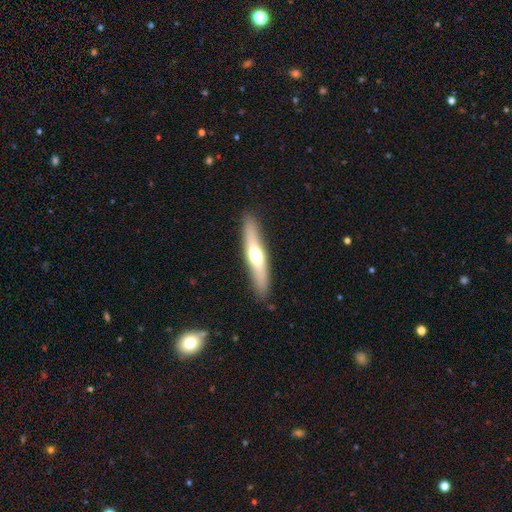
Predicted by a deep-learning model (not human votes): Q: Smooth or featured?
A: featured or disk (49%); runner-up: smooth (46%)
Q: Merging?
A: none (89%); runner-up: minor disturbance (8%)